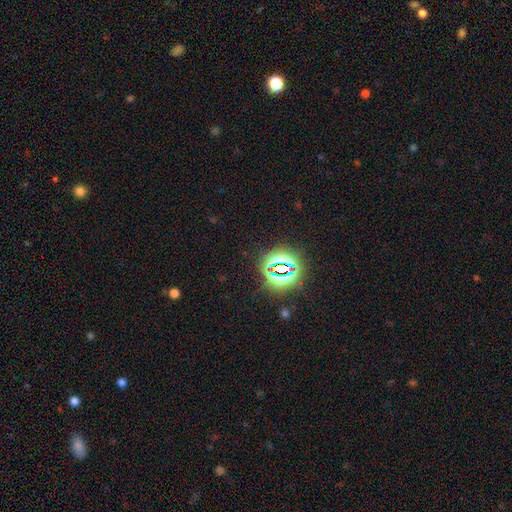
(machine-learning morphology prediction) Overall: star or artifact (79%).